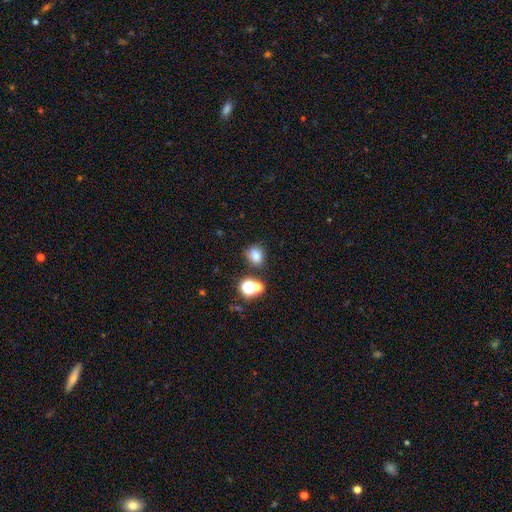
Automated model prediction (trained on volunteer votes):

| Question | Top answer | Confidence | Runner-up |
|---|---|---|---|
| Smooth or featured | smooth | 76% | star or artifact (17%) |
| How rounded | round | 56% | in between (43%) |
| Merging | none | 72% | minor disturbance (13%) |